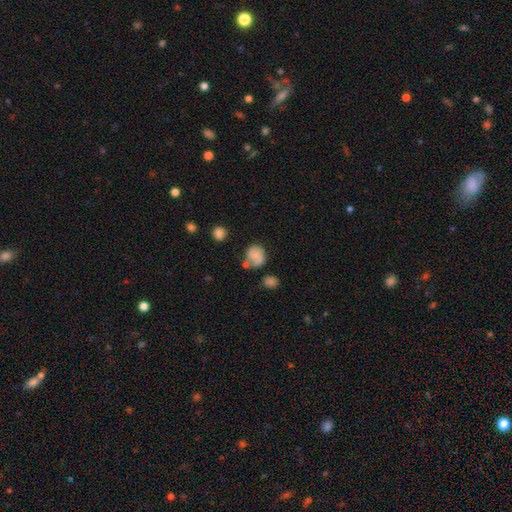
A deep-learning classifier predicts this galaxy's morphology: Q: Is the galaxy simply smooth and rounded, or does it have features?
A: smooth — 58%.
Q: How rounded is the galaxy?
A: round — 66%.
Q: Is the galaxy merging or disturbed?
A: none — 43%.